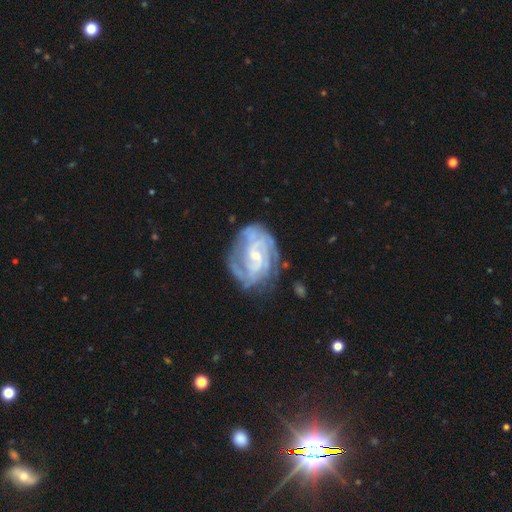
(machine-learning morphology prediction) Smooth or featured? Predicted: featured or disk (p=0.85). Edge-on disk? Predicted: no (p=0.97). Bar? Predicted: no (p=0.44, tied with weak). Spiral arms? Predicted: yes (p=0.94). Spiral winding? Predicted: tight (p=0.58). Spiral arm count? Predicted: can't tell (p=0.31). Bulge size? Predicted: small (p=0.56). Merging? Predicted: none (p=0.66).